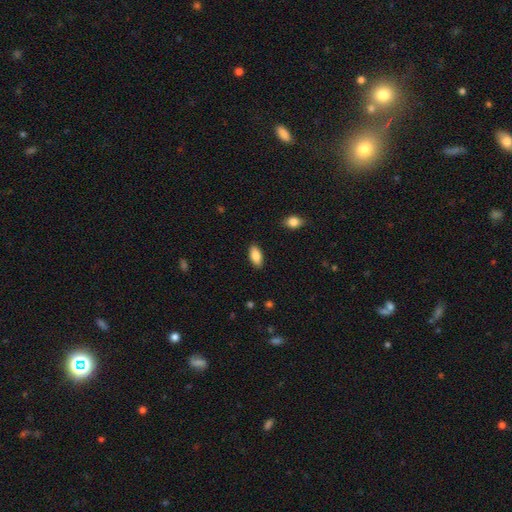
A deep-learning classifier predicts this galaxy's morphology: smooth-or-featured: smooth: 85% | featured or disk: 9% | star or artifact: 7%
  how-rounded: in between: 89% | cigar-shaped: 9% | round: 2%
  merging: none: 88% | minor disturbance: 9% | major disturbance: 2% | merger: 1%